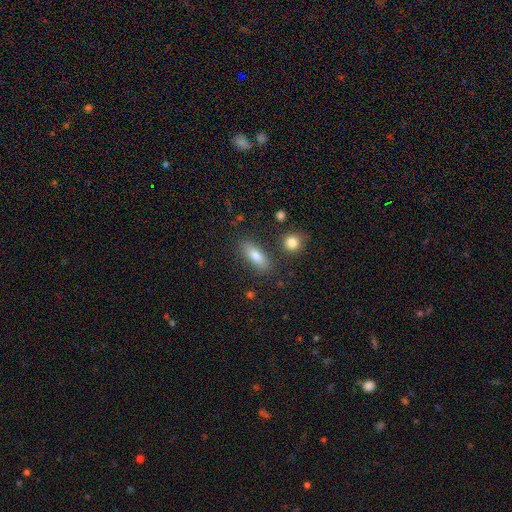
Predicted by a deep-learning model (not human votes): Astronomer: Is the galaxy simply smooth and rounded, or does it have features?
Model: smooth — 77%.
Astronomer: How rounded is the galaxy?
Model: in between — 66%.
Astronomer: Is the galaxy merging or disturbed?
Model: none — 83%.